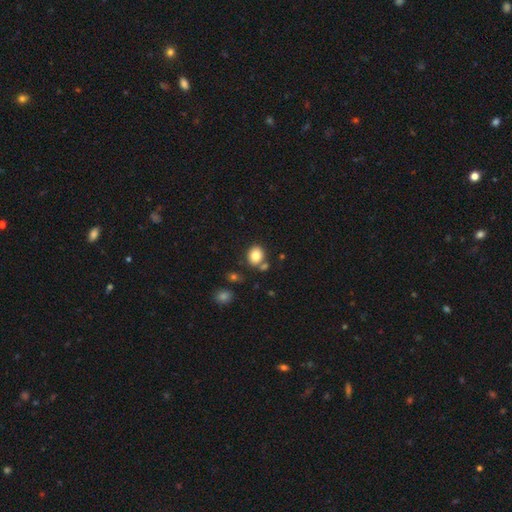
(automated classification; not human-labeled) Smooth or featured? Predicted: smooth (p=0.83). How rounded? Predicted: round (p=0.57). Merging? Predicted: none (p=0.71).